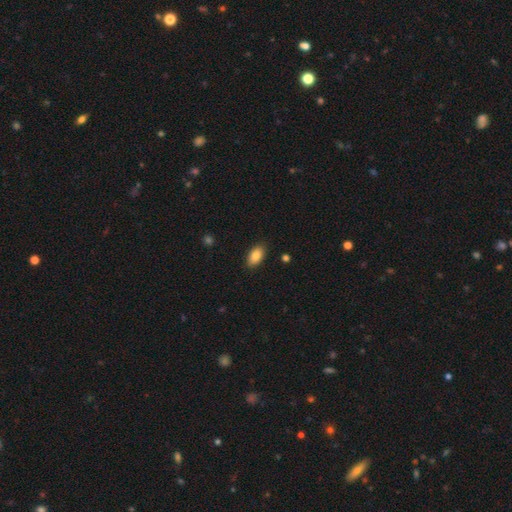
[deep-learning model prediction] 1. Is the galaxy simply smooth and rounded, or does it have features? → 86% smooth, 7% star or artifact, 6% featured or disk.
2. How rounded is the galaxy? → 93% in between, 4% round, 4% cigar-shaped.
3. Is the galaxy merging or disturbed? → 88% none, 9% minor disturbance, 2% major disturbance, 1% merger.